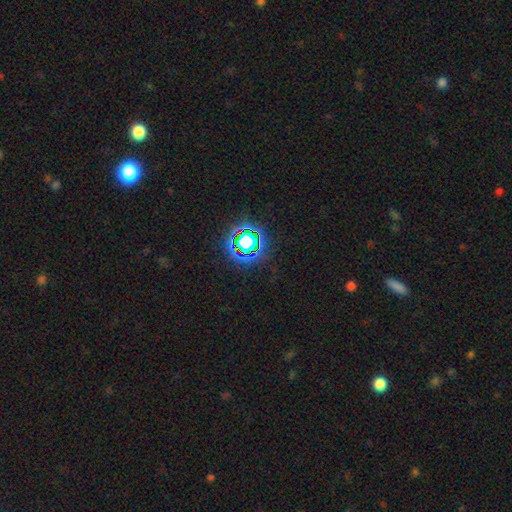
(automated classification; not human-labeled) Morphology: type=star or artifact (75%).